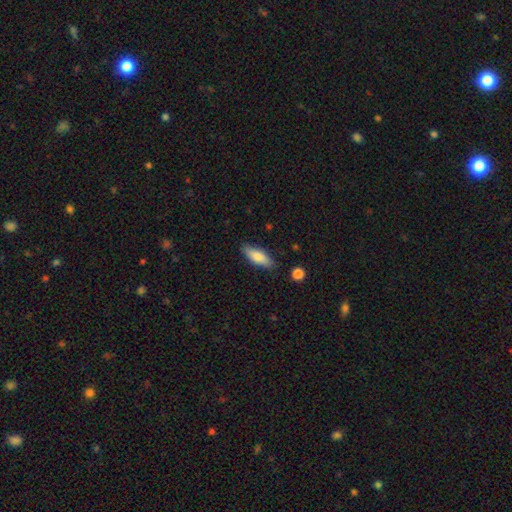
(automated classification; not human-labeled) smooth-or-featured: smooth: 79% | featured or disk: 15% | star or artifact: 6%
  how-rounded: in between: 65% | cigar-shaped: 33% | round: 2%
  merging: none: 85% | minor disturbance: 11% | major disturbance: 2% | merger: 2%